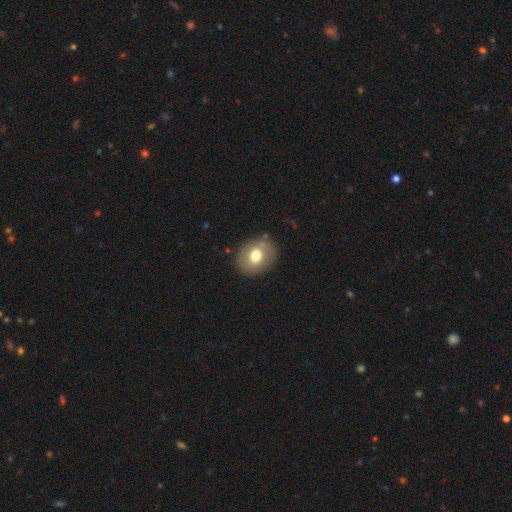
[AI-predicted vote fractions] Morphology: type=smooth (70%); roundness=round (55%); merging=none (83%).